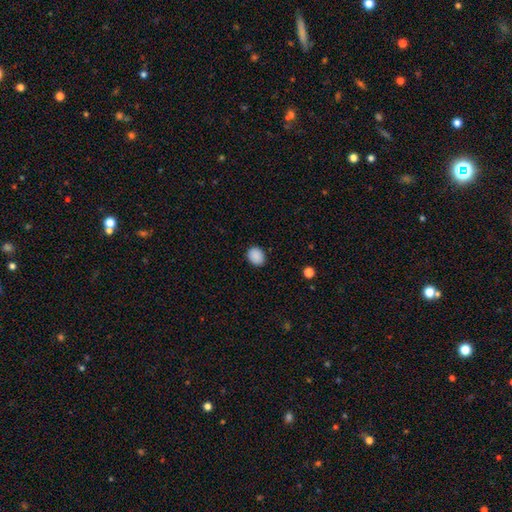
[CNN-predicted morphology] This appears to be a smooth galaxy with no disk features (89%) that is round (53%). Merging: none (87%).